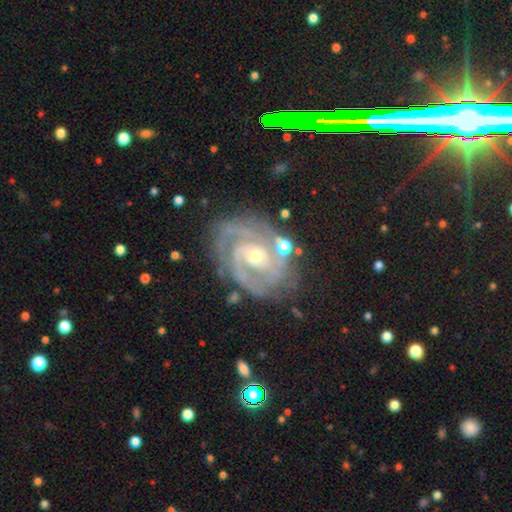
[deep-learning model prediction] Overall: featured or disk (90%). Edge-on disk: no (97%). Bar: no (59%; weak 30%). Spiral arms: yes (97%). Spiral arm count: 2 (33%, tied with 3). Spiral winding: tight (70%). Bulge size: small (53%; moderate 44%). Merging: none (71%).